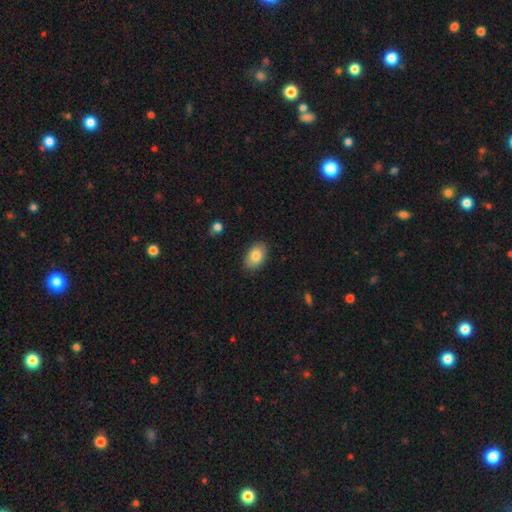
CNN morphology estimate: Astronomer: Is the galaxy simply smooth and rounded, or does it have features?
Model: smooth — 82%.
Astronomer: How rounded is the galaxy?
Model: in between — 90%.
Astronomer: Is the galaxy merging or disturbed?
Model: none — 86%.